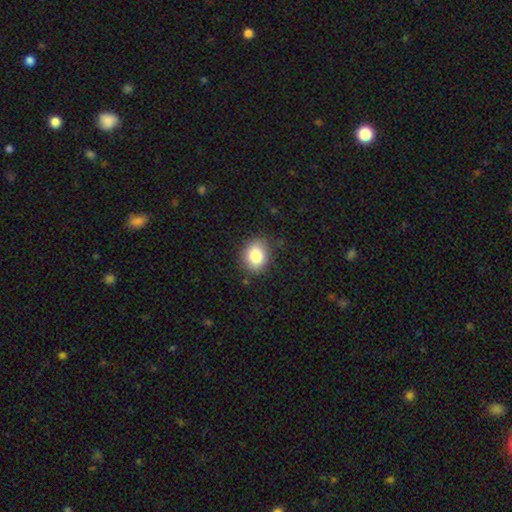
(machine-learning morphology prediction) Q: Smooth or featured?
A: smooth (84%); runner-up: star or artifact (9%)
Q: How rounded?
A: round (57%); runner-up: in between (42%)
Q: Merging?
A: none (81%); runner-up: minor disturbance (14%)